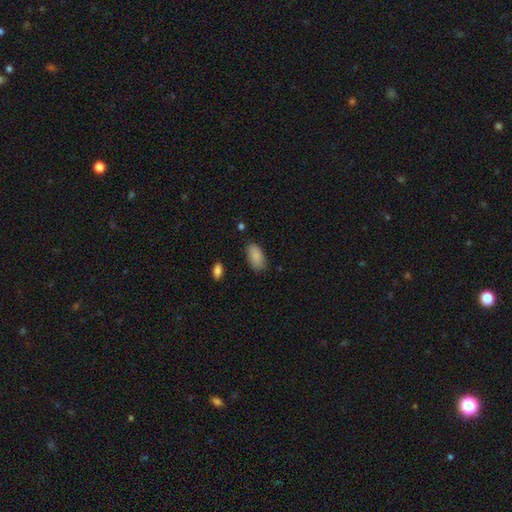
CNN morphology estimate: Q: Smooth or featured?
A: smooth (88%); runner-up: star or artifact (7%)
Q: How rounded?
A: in between (93%); runner-up: cigar-shaped (4%)
Q: Merging?
A: none (76%); runner-up: minor disturbance (18%)